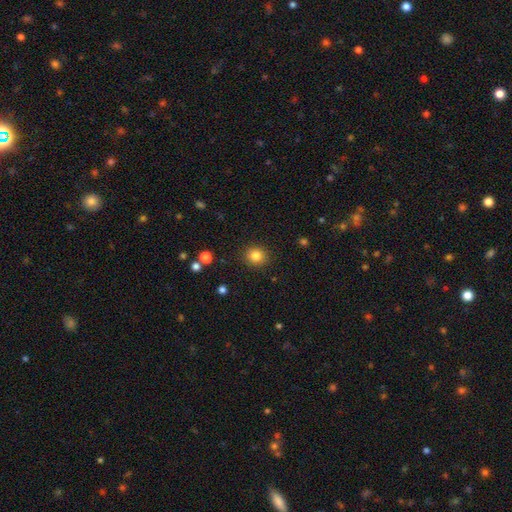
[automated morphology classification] smooth-or-featured: smooth: 84% | star or artifact: 11% | featured or disk: 5%
  how-rounded: round: 87% | in between: 12% | cigar-shaped: 1%
  merging: none: 90% | minor disturbance: 7% | major disturbance: 2% | merger: 1%